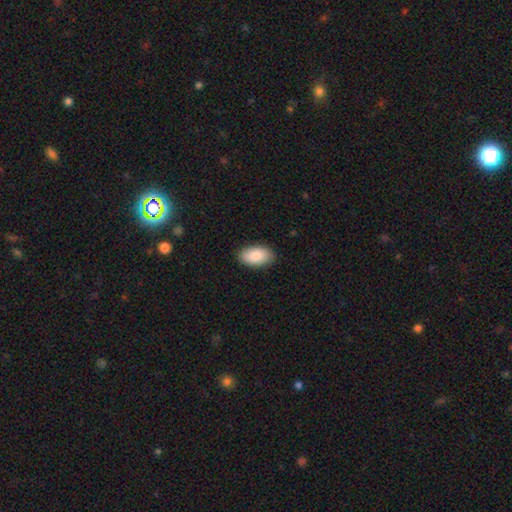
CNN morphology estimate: Q: Smooth or featured?
A: smooth (88%); runner-up: featured or disk (6%)
Q: How rounded?
A: in between (95%); runner-up: round (3%)
Q: Merging?
A: none (87%); runner-up: minor disturbance (10%)